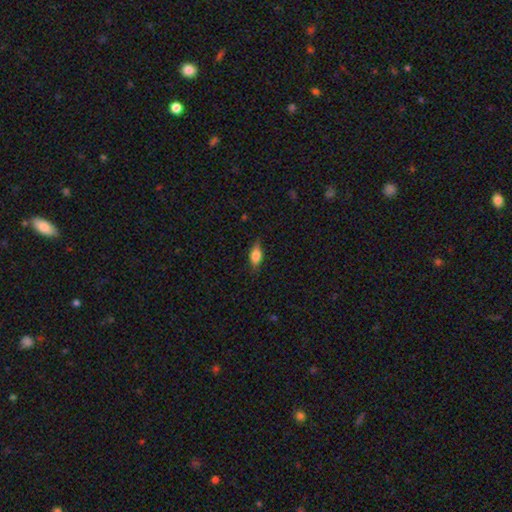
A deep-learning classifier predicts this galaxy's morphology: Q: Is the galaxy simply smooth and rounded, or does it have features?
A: smooth — 72%.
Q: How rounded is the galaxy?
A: in between — 80%.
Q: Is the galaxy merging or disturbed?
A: none — 76%.